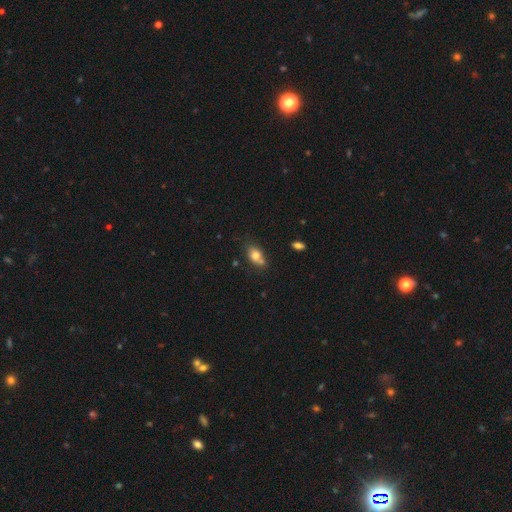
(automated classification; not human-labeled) A smooth galaxy with no disk features (76%) that is in between round and cigar-shaped (77%).

Vote fractions:
- Smooth or featured? smooth: 76% / featured or disk: 15% / star or artifact: 9%
- How rounded? in between: 77% / round: 18% / cigar-shaped: 5%
- Merging? none: 56% / minor disturbance: 21% / merger: 19% / major disturbance: 5%